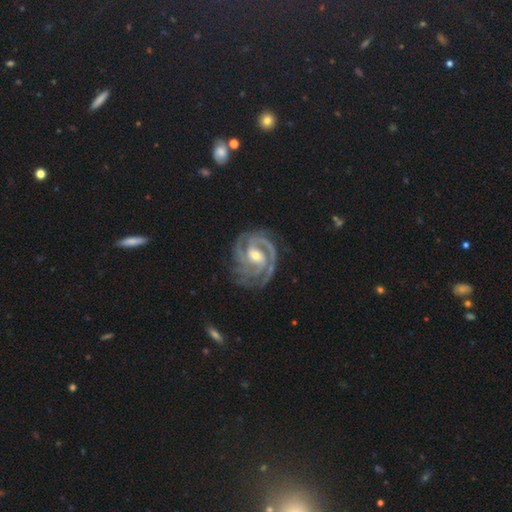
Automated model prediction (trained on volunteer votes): This appears to be a featured or disk galaxy (93%) with a weak bar (42%), 3 (45%) tight (69%) spiral arms (99%) and a moderate central bulge (57%). Merging: none (74%).